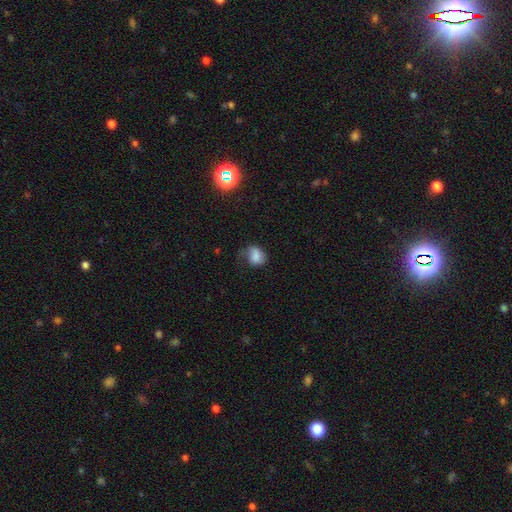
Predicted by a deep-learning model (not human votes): smooth 72%, featured or disk 17%, star or artifact 11%. Down the decision tree: how rounded — in between (59%); merging — none (42%).